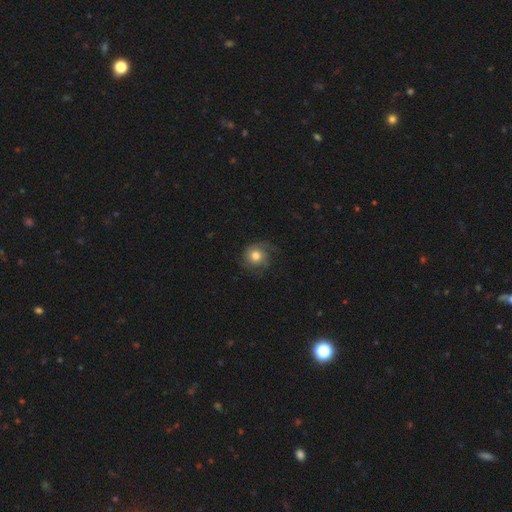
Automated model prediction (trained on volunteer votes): Q: Smooth or featured?
A: smooth (56%); runner-up: featured or disk (36%)
Q: How rounded?
A: round (86%); runner-up: in between (13%)
Q: Merging?
A: none (63%); runner-up: minor disturbance (21%)